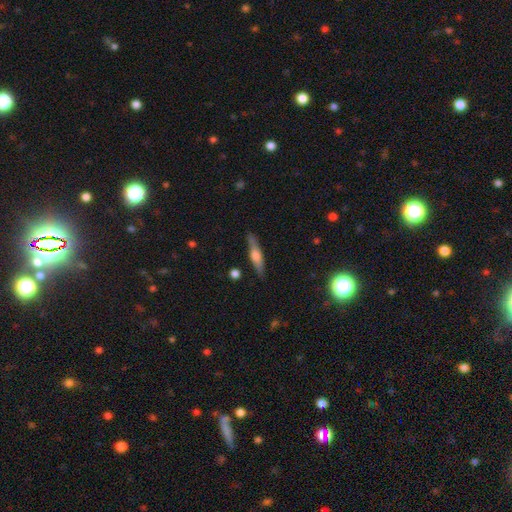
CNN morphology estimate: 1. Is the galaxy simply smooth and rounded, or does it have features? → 50% featured or disk, 44% smooth, 6% star or artifact.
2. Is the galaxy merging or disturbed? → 85% none, 11% minor disturbance, 2% major disturbance, 2% merger.